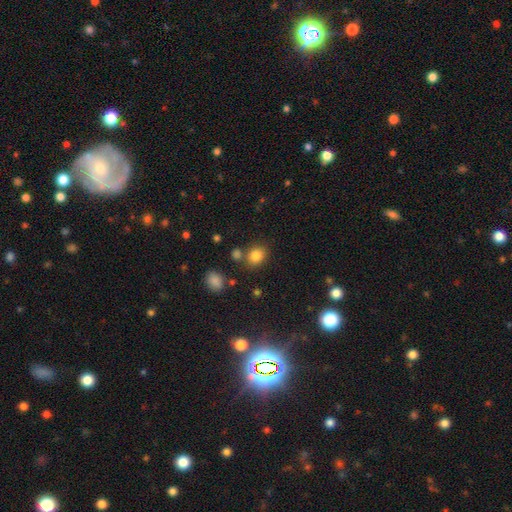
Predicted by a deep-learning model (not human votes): Morphology: type=smooth (82%); roundness=round (53%); merging=none (72%).